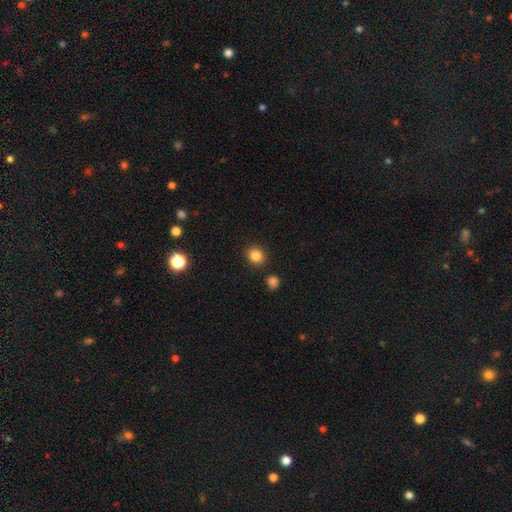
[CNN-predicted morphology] Smooth or featured?
  - smooth: 84% *
  - star or artifact: 11%
  - featured or disk: 5%
How rounded?
  - round: 73% *
  - in between: 26%
  - cigar-shaped: 1%
Merging?
  - none: 88% *
  - minor disturbance: 7%
  - merger: 3%
  - major disturbance: 2%